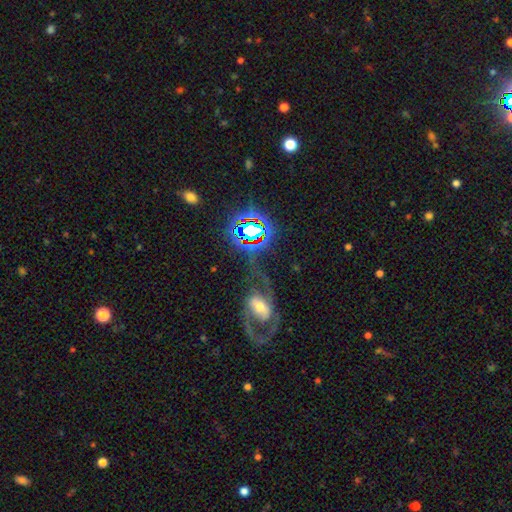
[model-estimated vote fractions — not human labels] The model was most divided on "bar": no: 54%, weak: 30%, strong: 16%. More confident: edge-on disk — no (91%); spiral arms — yes (65%); smooth or featured — featured or disk (56%); bulge size — moderate (55%); merging — none (51%).